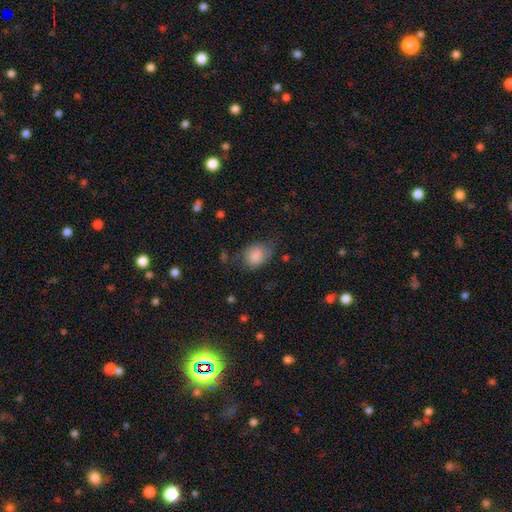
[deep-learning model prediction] Smooth or featured? smooth (81%)
How rounded? in between (68%)
Merging? none (51%)